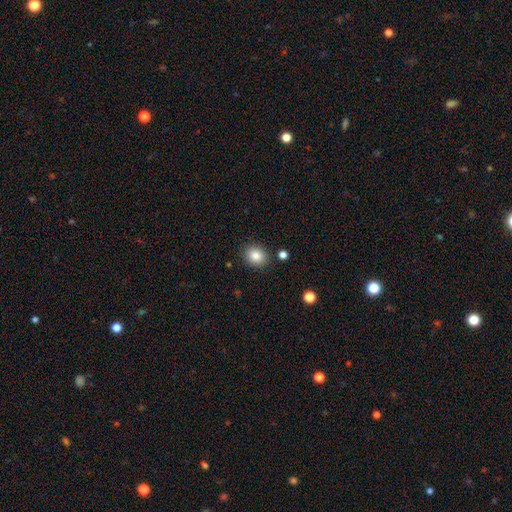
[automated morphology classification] smooth-or-featured: smooth: 85% | star or artifact: 9% | featured or disk: 5%
  how-rounded: round: 62% | in between: 38% | cigar-shaped: 1%
  merging: none: 86% | minor disturbance: 8% | merger: 3% | major disturbance: 2%